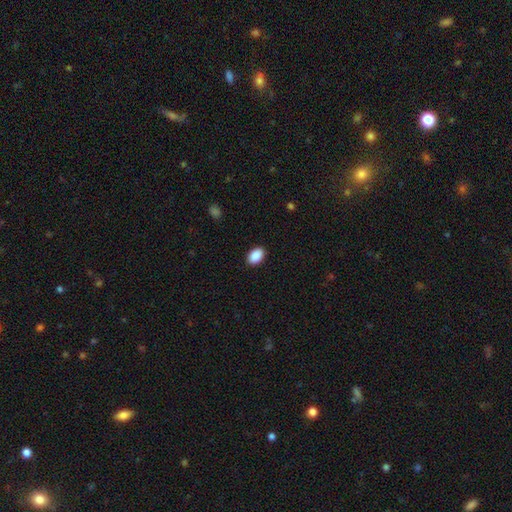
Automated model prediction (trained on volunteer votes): smooth_or_featured: smooth (p=0.90) [alt: star or artifact p=0.07]
how_rounded: in between (p=0.88) [alt: round p=0.10]
merging: none (p=0.90) [alt: minor disturbance p=0.07]